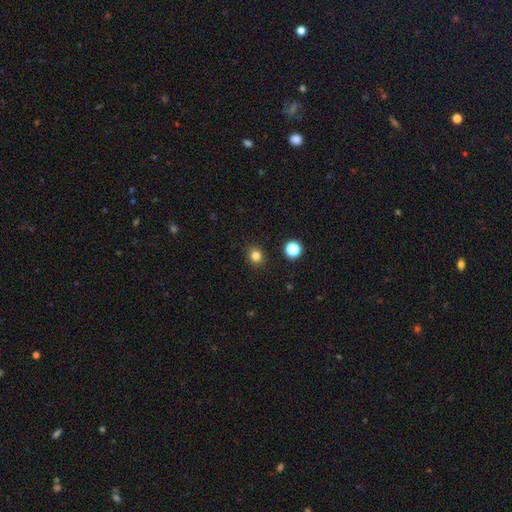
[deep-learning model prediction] This appears to be a smooth galaxy with no disk features (81%) that is round (80%). Merging: none (90%).